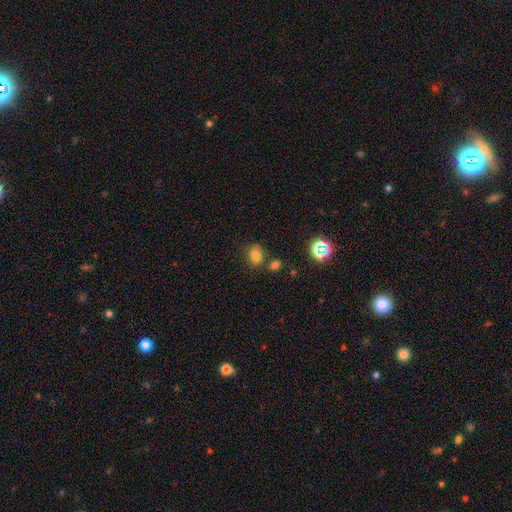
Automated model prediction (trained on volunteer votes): smooth-or-featured: smooth: 75% | star or artifact: 17% | featured or disk: 8%
  how-rounded: in between: 55% | round: 44% | cigar-shaped: 1%
  merging: none: 66% | merger: 15% | minor disturbance: 14% | major disturbance: 4%